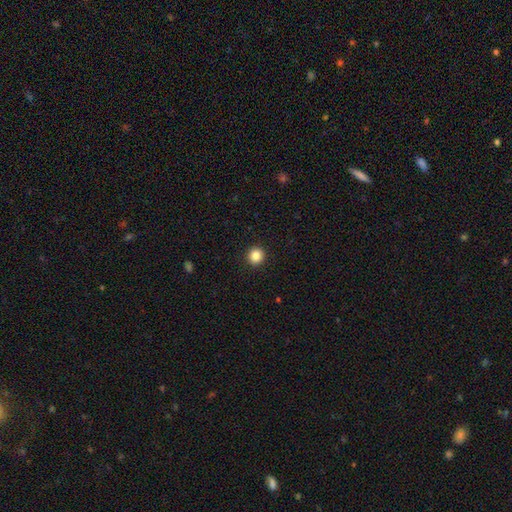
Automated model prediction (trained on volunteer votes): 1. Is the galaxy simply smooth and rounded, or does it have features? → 85% smooth, 11% star or artifact, 4% featured or disk.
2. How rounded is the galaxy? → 93% round, 6% in between, 1% cigar-shaped.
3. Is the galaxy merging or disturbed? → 93% none, 4% minor disturbance, 2% major disturbance, 1% merger.